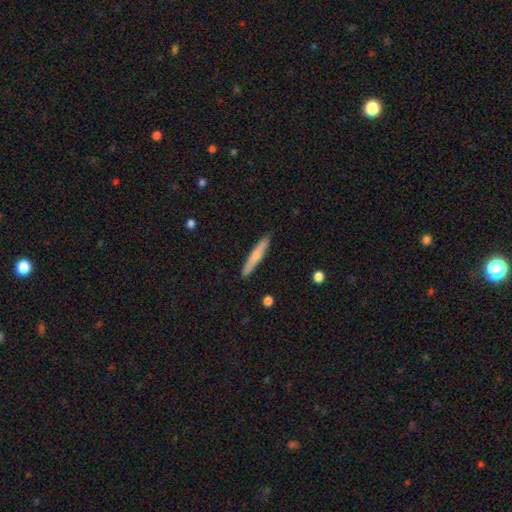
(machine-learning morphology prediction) The model was most divided on "smooth or featured": smooth: 67%, featured or disk: 27%, star or artifact: 5%. More confident: how rounded — cigar-shaped (94%); merging — none (89%).